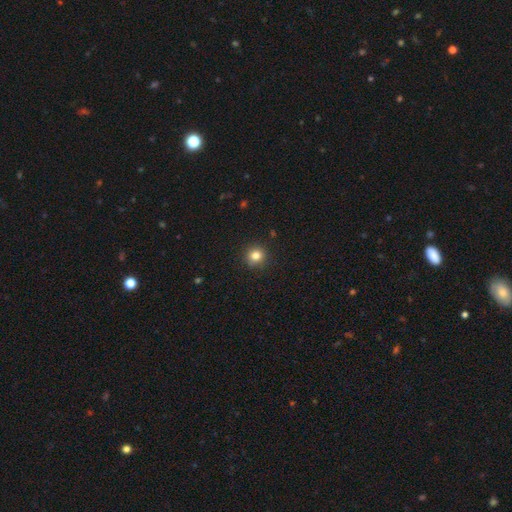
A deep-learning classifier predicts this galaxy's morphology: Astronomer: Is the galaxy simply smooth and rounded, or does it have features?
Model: smooth — 82%.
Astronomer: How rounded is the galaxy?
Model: round — 92%.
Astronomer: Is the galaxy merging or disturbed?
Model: none — 90%.